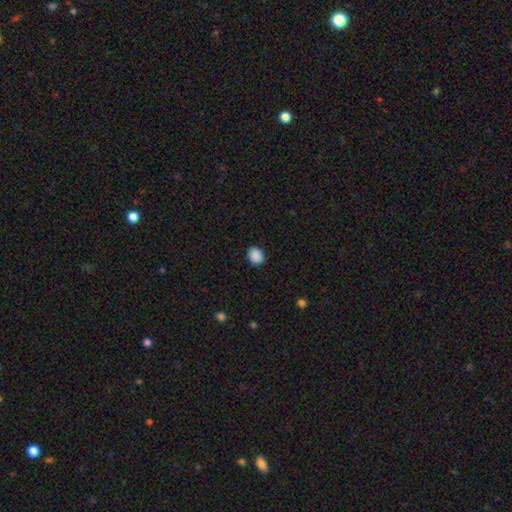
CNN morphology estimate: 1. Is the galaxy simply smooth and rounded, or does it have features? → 89% smooth, 8% star or artifact, 2% featured or disk.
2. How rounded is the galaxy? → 57% round, 42% in between, 1% cigar-shaped.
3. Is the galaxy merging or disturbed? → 89% none, 8% minor disturbance, 2% major disturbance, 1% merger.